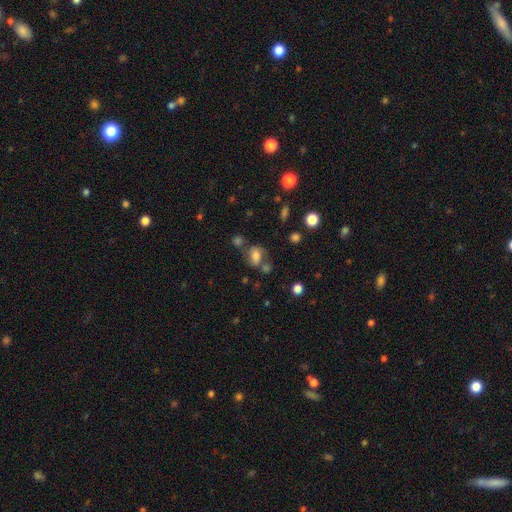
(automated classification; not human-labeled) Overall: smooth (67%). How rounded: in between (69%; round 29%). Merging: none (48%; merger 23%).